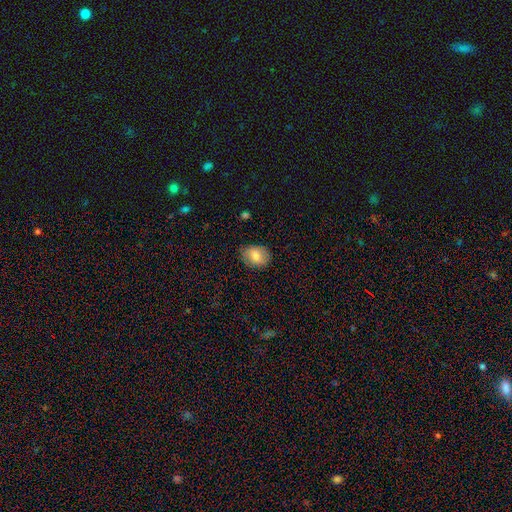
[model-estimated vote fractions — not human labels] smooth 79%, featured or disk 14%, star or artifact 8%. Down the decision tree: how rounded — in between (64%); merging — none (79%).